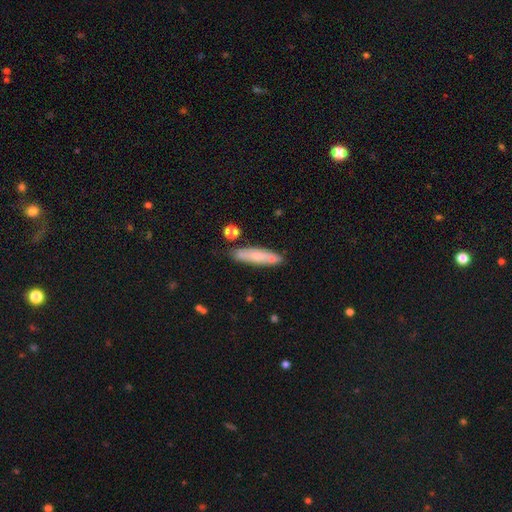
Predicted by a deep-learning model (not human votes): This is likely a smooth galaxy (72%). How rounded: likely cigar-shaped (77%). Merging: likely none (73%).